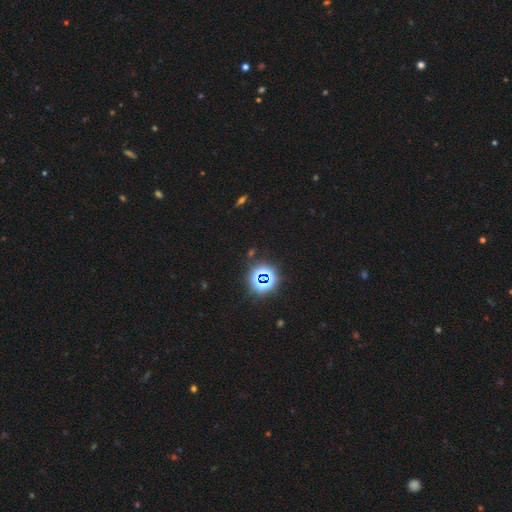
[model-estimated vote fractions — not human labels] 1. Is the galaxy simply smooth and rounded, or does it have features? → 79% star or artifact, 14% smooth, 7% featured or disk.